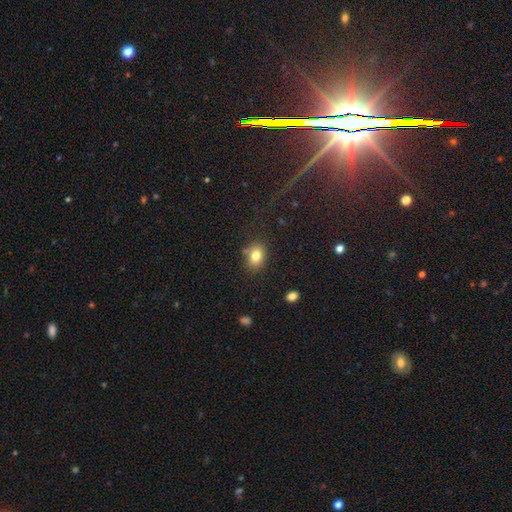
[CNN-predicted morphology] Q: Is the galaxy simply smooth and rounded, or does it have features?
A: smooth — 80%.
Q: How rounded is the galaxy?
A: in between — 69%.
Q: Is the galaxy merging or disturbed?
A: none — 75%.